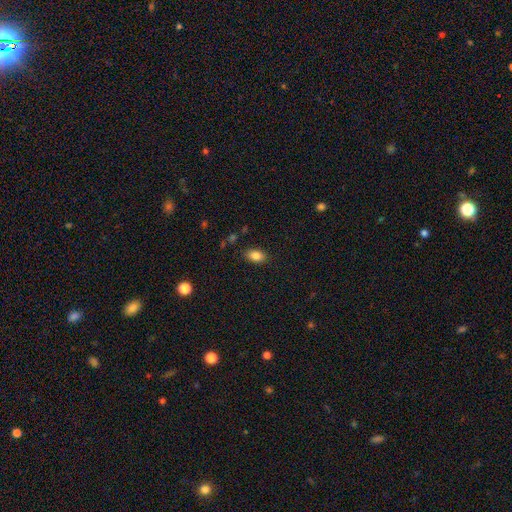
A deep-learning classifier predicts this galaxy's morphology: smooth-or-featured: smooth: 85% | star or artifact: 9% | featured or disk: 6%
  how-rounded: in between: 88% | round: 10% | cigar-shaped: 2%
  merging: none: 86% | minor disturbance: 10% | major disturbance: 3% | merger: 2%